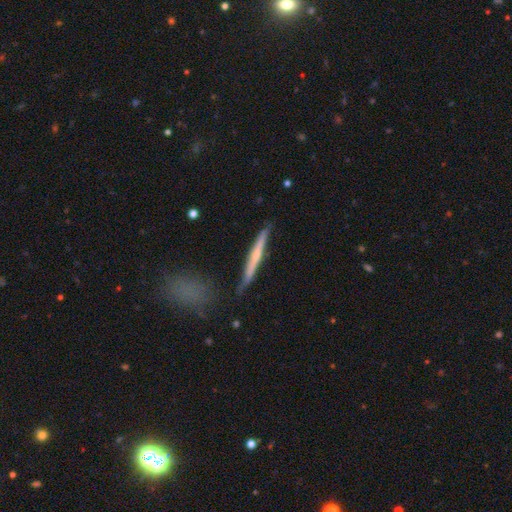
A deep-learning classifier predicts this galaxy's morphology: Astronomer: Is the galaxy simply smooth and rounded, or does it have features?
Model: featured or disk — 55% (runner-up: smooth, 40%).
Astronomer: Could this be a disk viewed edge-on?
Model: yes — 96%.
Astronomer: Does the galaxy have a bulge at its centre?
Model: none — 50% (runner-up: rounded, 43%).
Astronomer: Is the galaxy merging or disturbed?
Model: none — 81%.